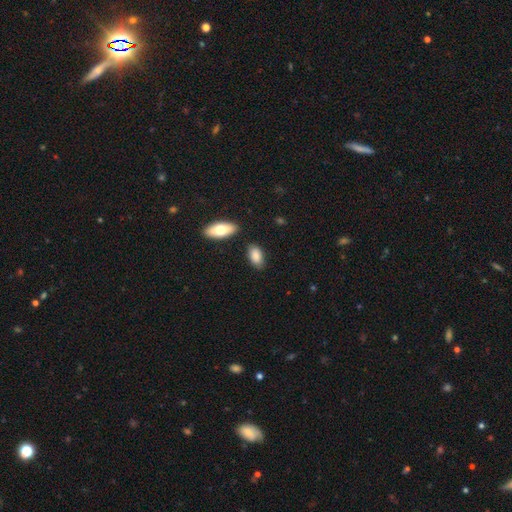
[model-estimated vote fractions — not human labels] Smooth or featured? Predicted: smooth (p=0.86). How rounded? Predicted: in between (p=0.93). Merging? Predicted: none (p=0.81).